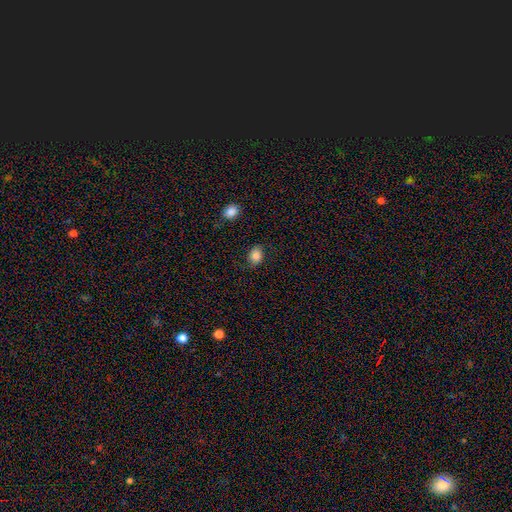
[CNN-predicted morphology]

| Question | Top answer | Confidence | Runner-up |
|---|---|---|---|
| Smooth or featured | smooth | 84% | star or artifact (9%) |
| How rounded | in between | 64% | round (35%) |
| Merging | none | 80% | minor disturbance (15%) |